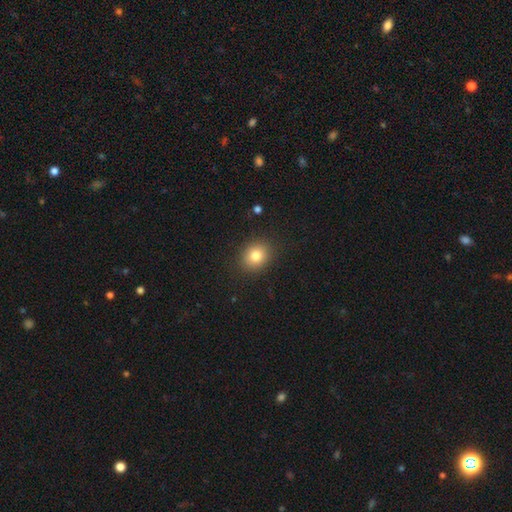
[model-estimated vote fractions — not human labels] This is clearly a smooth galaxy (81%). How rounded: likely round (69%). Merging: clearly none (88%).